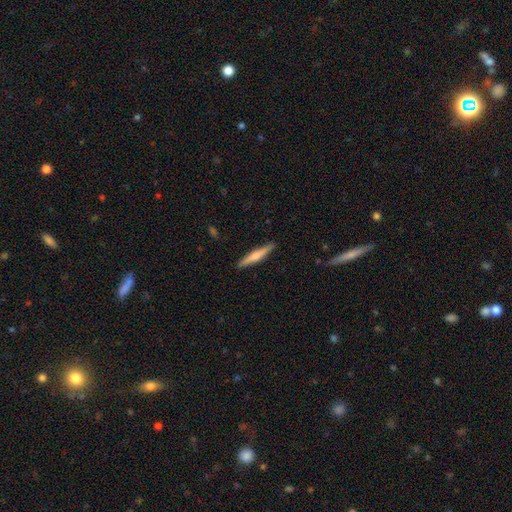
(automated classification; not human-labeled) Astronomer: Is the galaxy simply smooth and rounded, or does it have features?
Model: smooth — 50% (runner-up: featured or disk, 45%).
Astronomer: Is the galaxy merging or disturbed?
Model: none — 91%.